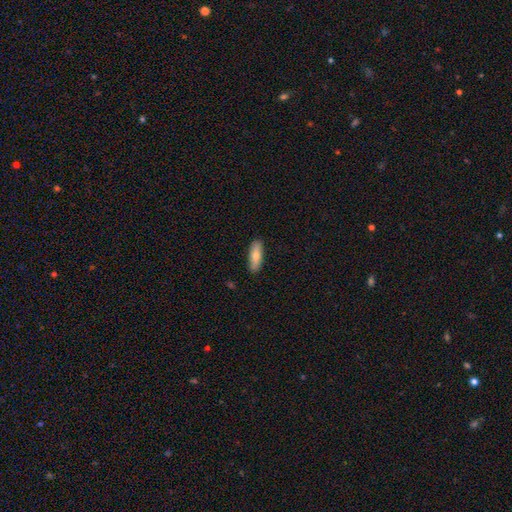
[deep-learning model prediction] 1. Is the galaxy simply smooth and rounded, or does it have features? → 73% smooth, 21% featured or disk, 6% star or artifact.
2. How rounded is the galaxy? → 55% in between, 43% cigar-shaped, 2% round.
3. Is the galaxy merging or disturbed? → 87% none, 10% minor disturbance, 2% major disturbance, 1% merger.